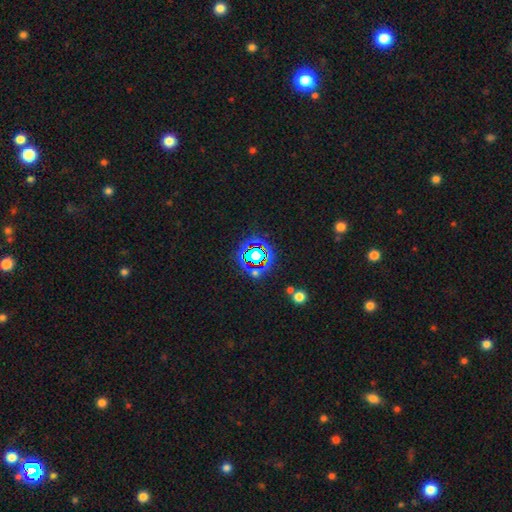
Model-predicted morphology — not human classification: Smooth or featured? Predicted: star or artifact (p=0.68).